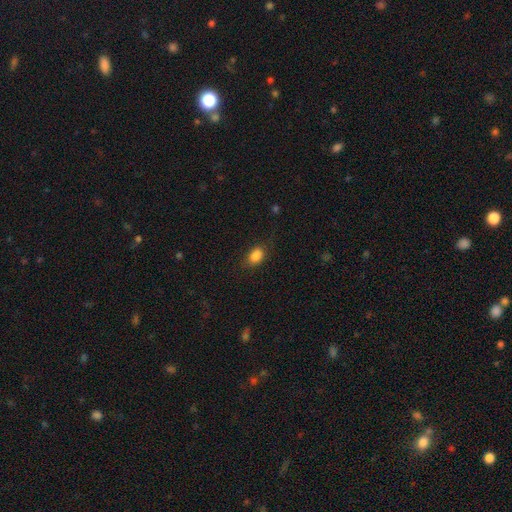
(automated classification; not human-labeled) smooth-or-featured: smooth: 86% | star or artifact: 9% | featured or disk: 5%
  how-rounded: in between: 81% | round: 17% | cigar-shaped: 2%
  merging: none: 78% | minor disturbance: 15% | major disturbance: 5% | merger: 1%